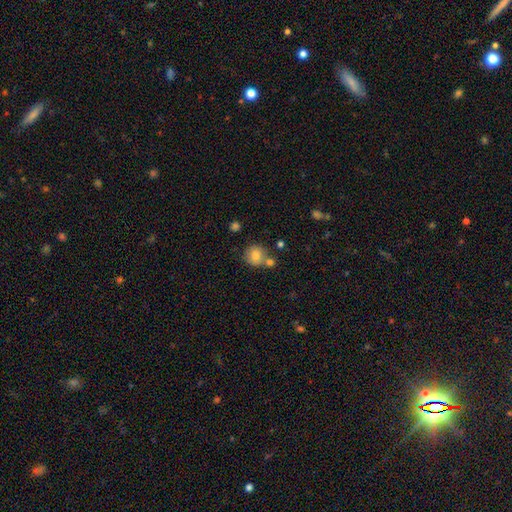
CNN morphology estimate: Q: Smooth or featured?
A: smooth (81%); runner-up: star or artifact (9%)
Q: How rounded?
A: round (86%); runner-up: in between (13%)
Q: Merging?
A: none (60%); runner-up: merger (24%)